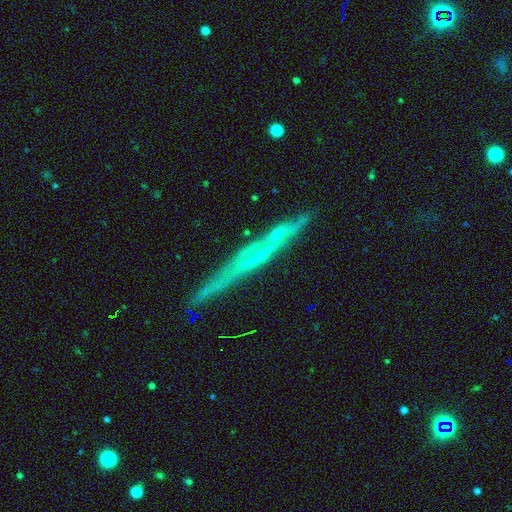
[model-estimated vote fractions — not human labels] Smooth or featured? Predicted: featured or disk (p=0.67). Edge-on disk? Predicted: yes (p=0.93). Edge-on bulge? Predicted: none (p=0.64). Merging? Predicted: none (p=0.80).